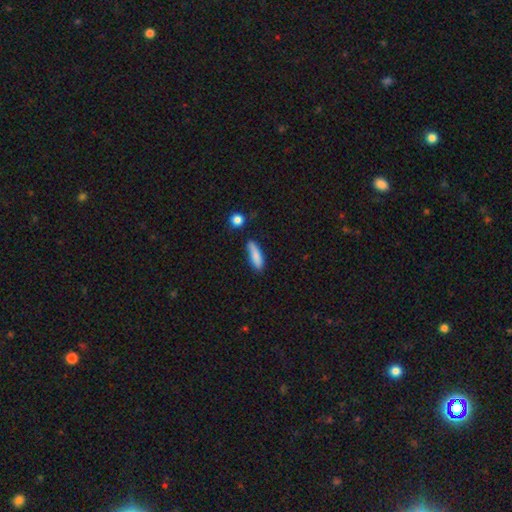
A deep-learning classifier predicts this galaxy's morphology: smooth 83%, featured or disk 10%, star or artifact 7%. Down the decision tree: how rounded — cigar-shaped (61%); merging — none (67%).